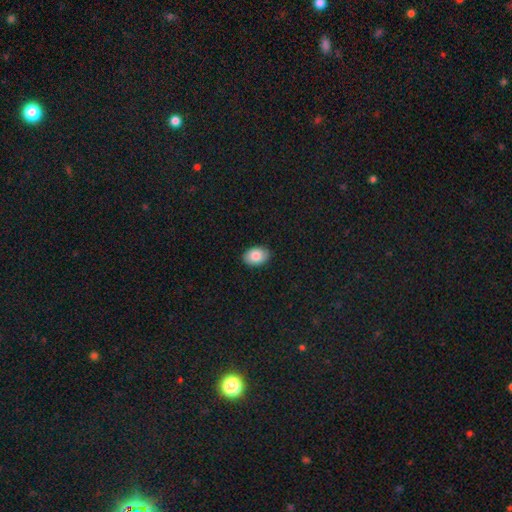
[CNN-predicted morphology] Smooth or featured?
  - smooth: 84% *
  - featured or disk: 9%
  - star or artifact: 7%
How rounded?
  - in between: 82% *
  - round: 17%
  - cigar-shaped: 1%
Merging?
  - none: 89% *
  - minor disturbance: 8%
  - major disturbance: 2%
  - merger: 1%